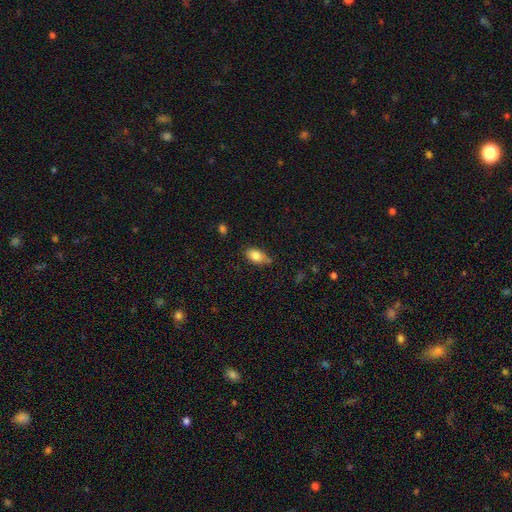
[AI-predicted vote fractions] A smooth galaxy with no disk features (82%) that is in between round and cigar-shaped (87%).

Vote fractions:
- Smooth or featured? smooth: 82% / featured or disk: 10% / star or artifact: 8%
- How rounded? in between: 87% / round: 10% / cigar-shaped: 3%
- Merging? none: 62% / minor disturbance: 28% / major disturbance: 5% / merger: 5%